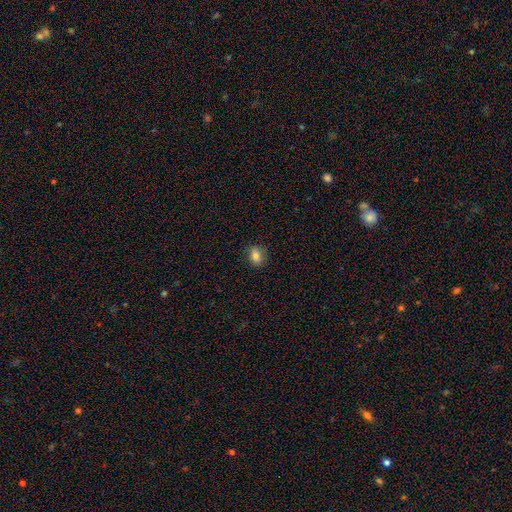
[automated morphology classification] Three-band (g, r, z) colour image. It shows a smooth galaxy with no disk features (81%) that is in between round and cigar-shaped (67%). Merging: none (84%).